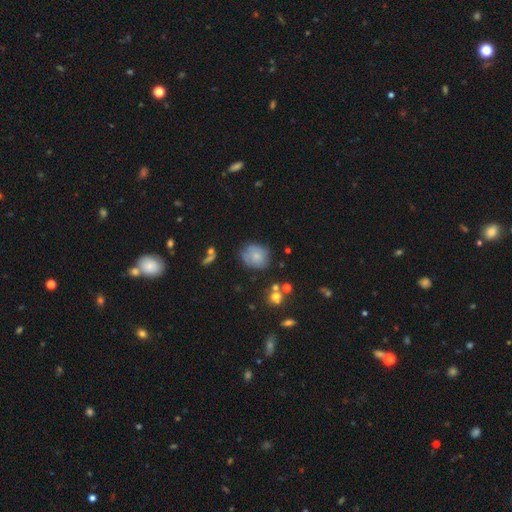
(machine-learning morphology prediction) This is likely a smooth galaxy (64%). How rounded: likely round (71%). Merging: likely none (62%).